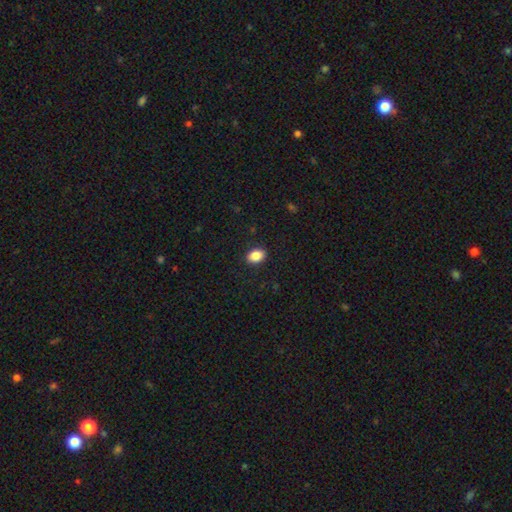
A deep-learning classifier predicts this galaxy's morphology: Smooth or featured?
  - smooth: 87% *
  - star or artifact: 8%
  - featured or disk: 5%
How rounded?
  - in between: 79% *
  - round: 20%
  - cigar-shaped: 1%
Merging?
  - none: 90% *
  - minor disturbance: 7%
  - major disturbance: 2%
  - merger: 1%